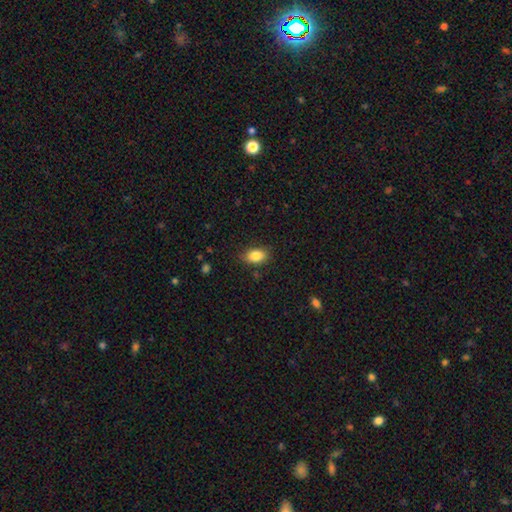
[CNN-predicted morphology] smooth_or_featured: smooth (p=0.86) [alt: star or artifact p=0.08]
how_rounded: in between (p=0.85) [alt: round p=0.13]
merging: none (p=0.83) [alt: minor disturbance p=0.13]